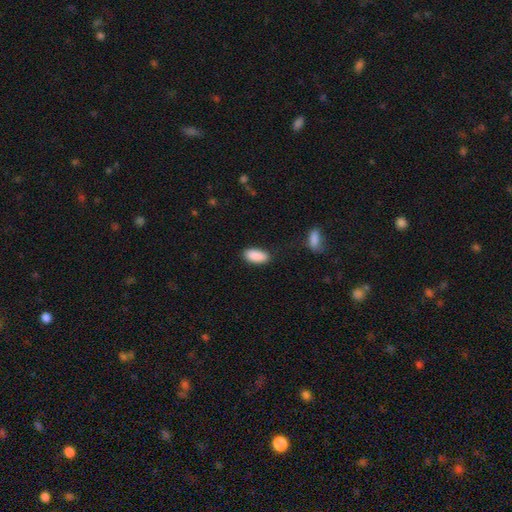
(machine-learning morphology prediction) Overall: smooth (90%). How rounded: in between (91%). Merging: none (85%).